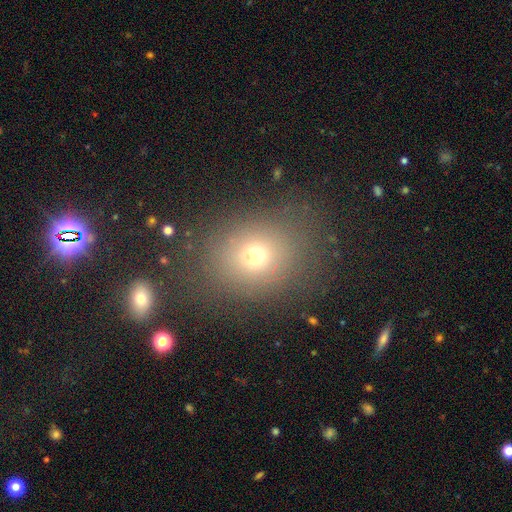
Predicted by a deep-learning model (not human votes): Smooth or featured?
  - smooth: 68% *
  - star or artifact: 19%
  - featured or disk: 13%
How rounded?
  - round: 55% *
  - in between: 44%
  - cigar-shaped: 1%
Merging?
  - none: 76% *
  - minor disturbance: 12%
  - major disturbance: 7%
  - merger: 5%